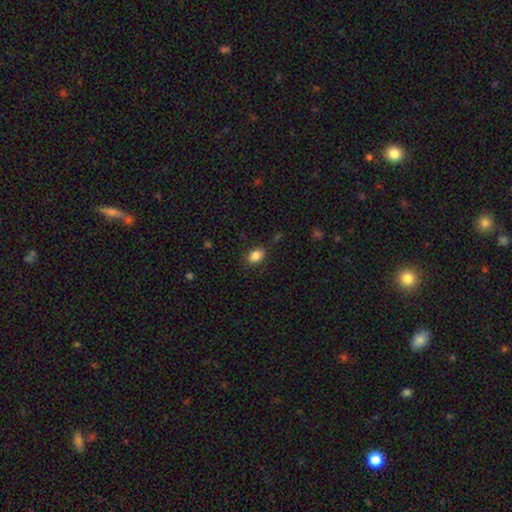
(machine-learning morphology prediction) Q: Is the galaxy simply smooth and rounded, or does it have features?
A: smooth — 86%.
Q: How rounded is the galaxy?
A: in between — 76%.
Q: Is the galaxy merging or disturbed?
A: none — 84%.